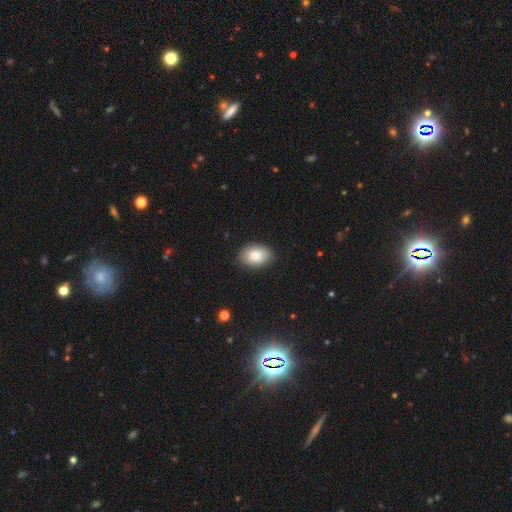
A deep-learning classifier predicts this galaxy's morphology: A smooth galaxy with no disk features (85%) that is in between round and cigar-shaped (86%).

Vote fractions:
- Smooth or featured? smooth: 85% / featured or disk: 8% / star or artifact: 7%
- How rounded? in between: 86% / round: 13% / cigar-shaped: 1%
- Merging? none: 85% / minor disturbance: 11% / major disturbance: 2% / merger: 1%